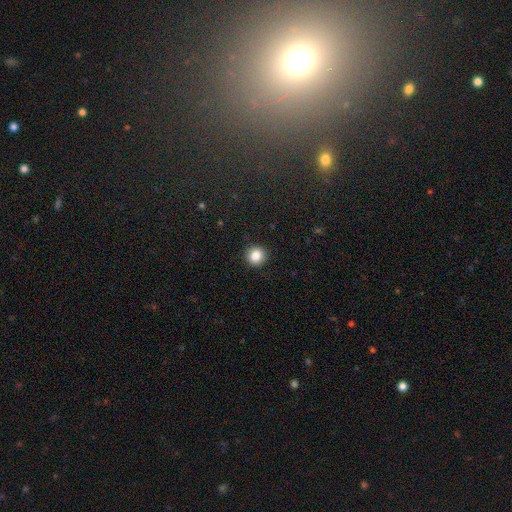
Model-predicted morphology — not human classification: Smooth or featured? smooth (84%)
How rounded? round (92%)
Merging? none (92%)